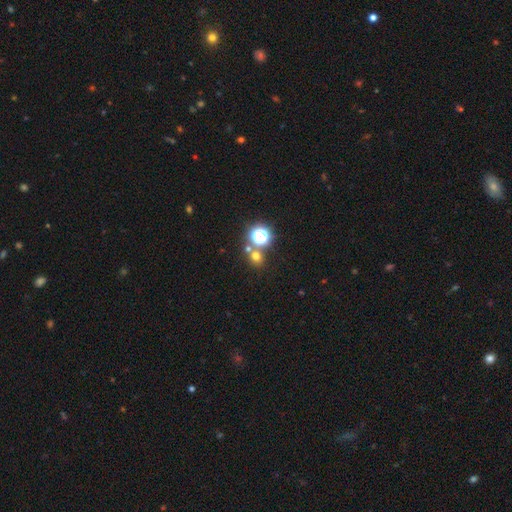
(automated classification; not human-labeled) smooth 60%, star or artifact 32%, featured or disk 8%. Down the decision tree: how rounded — round (82%); merging — none (68%).